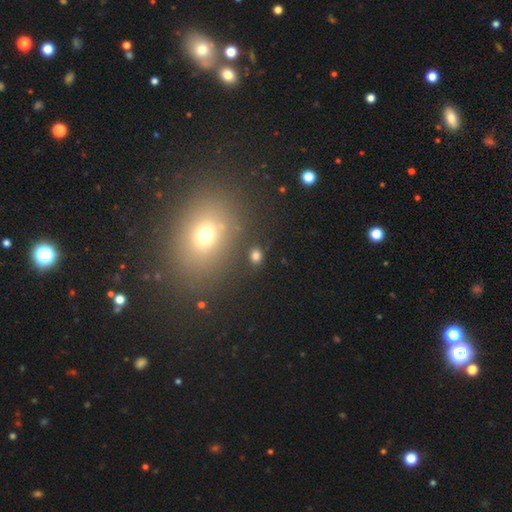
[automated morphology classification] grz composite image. It shows a smooth galaxy with no disk features (75%) that is round (51%). Merging: none (83%).